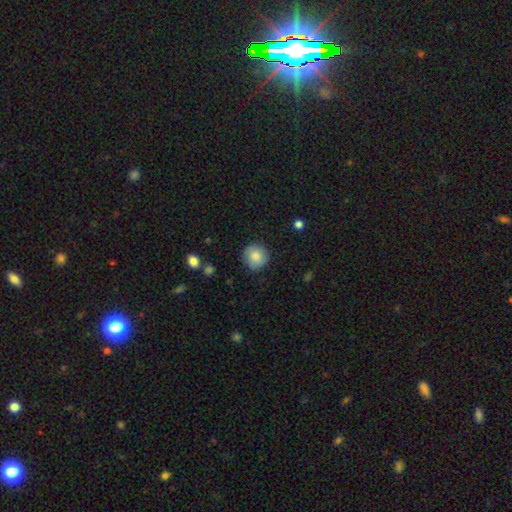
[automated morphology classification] This appears to be a smooth galaxy with no disk features (82%) that is round (93%). Merging: none (87%).